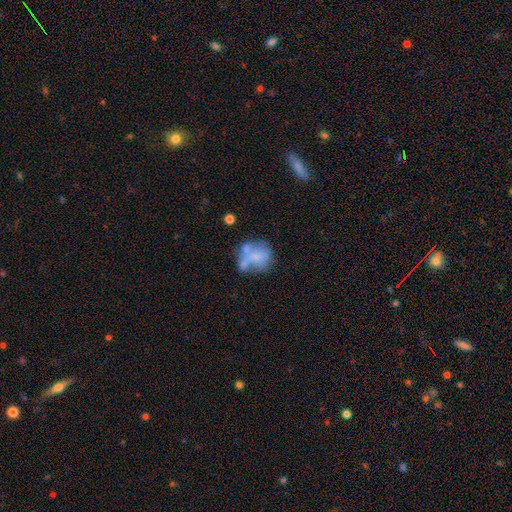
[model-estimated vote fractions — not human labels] smooth 47%, featured or disk 43%, star or artifact 11%. Down the decision tree: merging — none (35%).